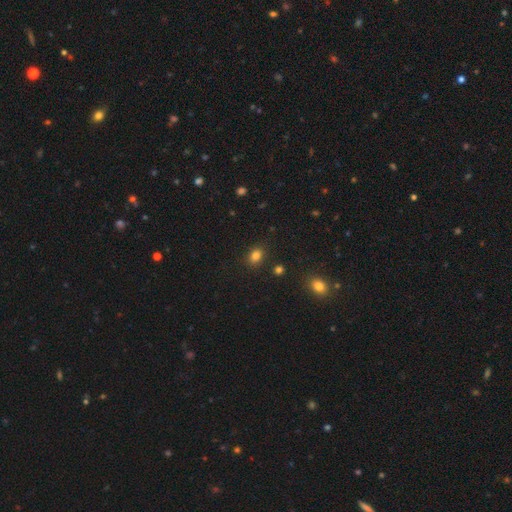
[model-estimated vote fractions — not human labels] Morphology: type=smooth (81%); roundness=in between (60%); merging=none (84%).